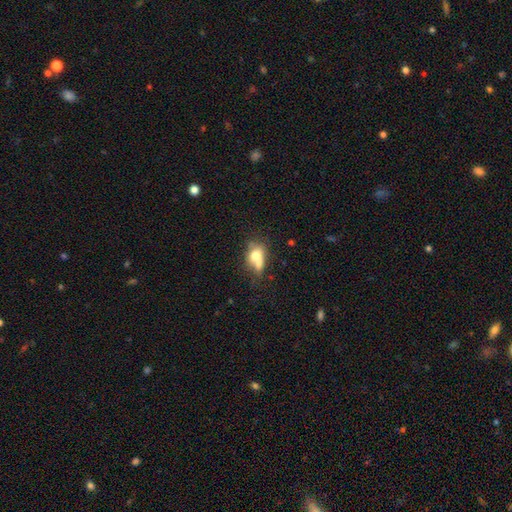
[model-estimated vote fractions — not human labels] Smooth or featured: smooth — 66% (featured or disk — 24%)
How rounded: in between — 63% (round — 33%)
Merging: merger — 42% (none — 29%)